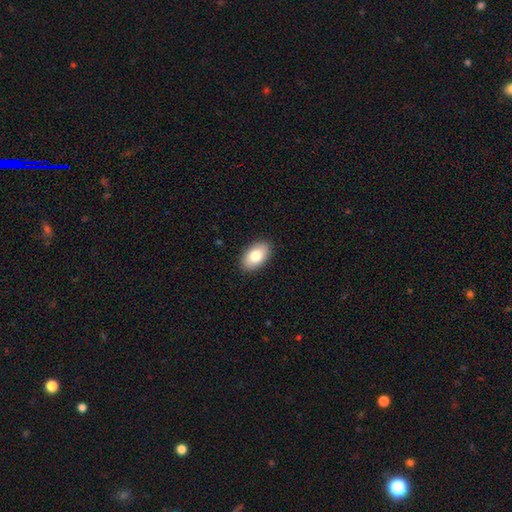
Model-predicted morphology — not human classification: Smooth or featured? smooth (82%)
How rounded? in between (94%)
Merging? none (89%)